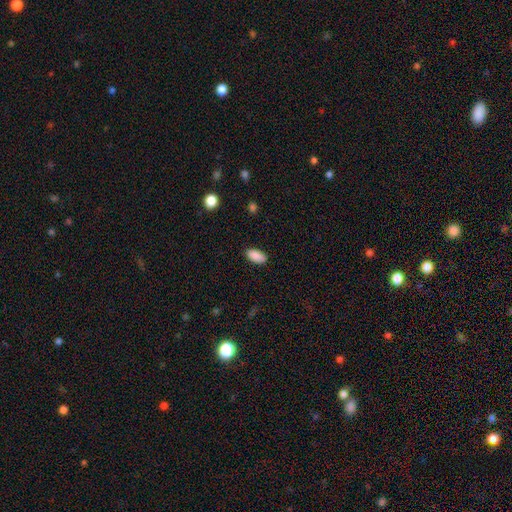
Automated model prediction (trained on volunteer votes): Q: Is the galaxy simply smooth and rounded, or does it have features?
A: smooth — 90%.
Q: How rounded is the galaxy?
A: in between — 92%.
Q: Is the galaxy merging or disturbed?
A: none — 87%.